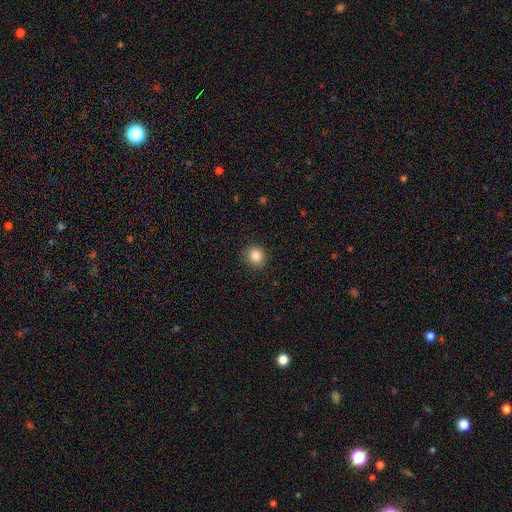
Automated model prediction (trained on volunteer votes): Smooth or featured? smooth (86%)
How rounded? round (89%)
Merging? none (90%)